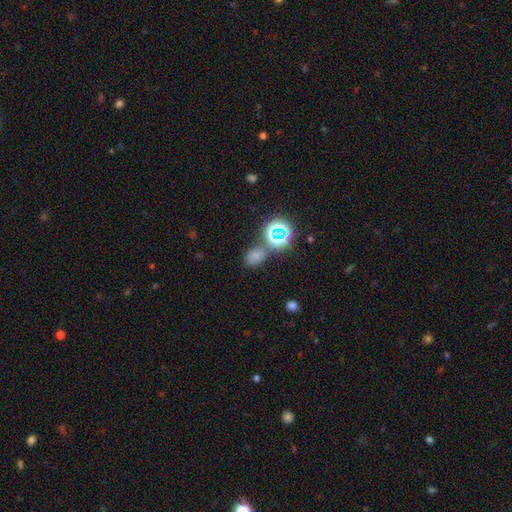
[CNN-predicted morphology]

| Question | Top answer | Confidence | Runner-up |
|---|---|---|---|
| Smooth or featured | smooth | 65% | star or artifact (29%) |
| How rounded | in between | 60% | round (38%) |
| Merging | none | 66% | merger (14%) |